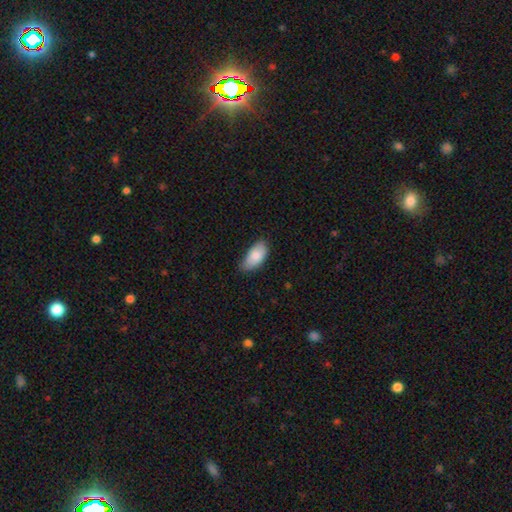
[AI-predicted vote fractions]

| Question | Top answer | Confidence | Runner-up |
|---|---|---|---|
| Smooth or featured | smooth | 83% | featured or disk (10%) |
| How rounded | in between | 94% | cigar-shaped (3%) |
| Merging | none | 67% | minor disturbance (28%) |